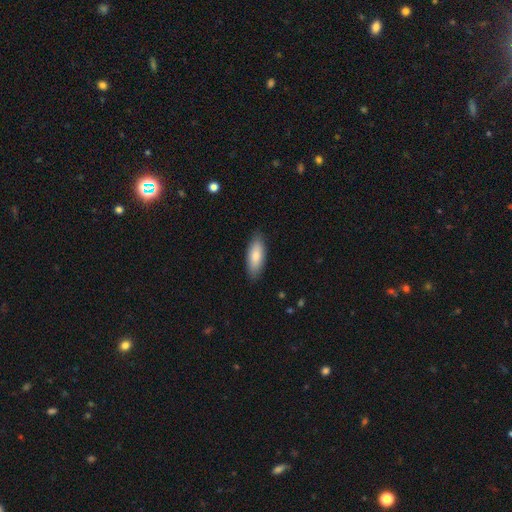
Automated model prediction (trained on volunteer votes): Smooth or featured?
  - smooth: 81% *
  - featured or disk: 13%
  - star or artifact: 6%
How rounded?
  - in between: 76% *
  - cigar-shaped: 22%
  - round: 2%
Merging?
  - none: 86% *
  - minor disturbance: 11%
  - major disturbance: 2%
  - merger: 1%